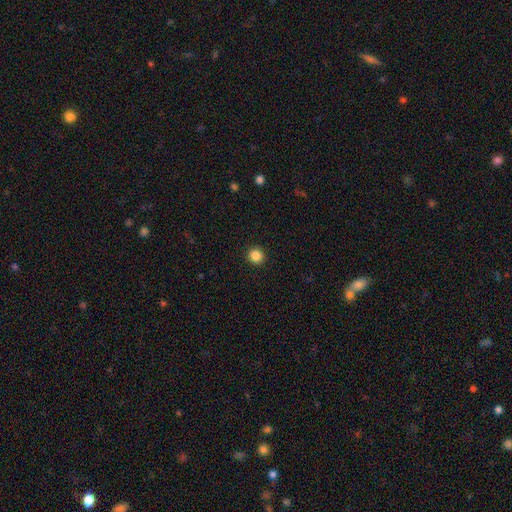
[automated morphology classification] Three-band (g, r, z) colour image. It shows a smooth galaxy with no disk features (86%) that is round (94%). Merging: none (93%).